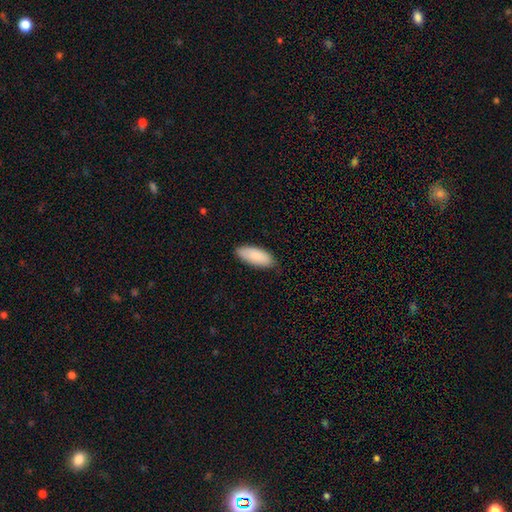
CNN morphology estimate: Smooth or featured? Predicted: smooth (p=0.87). How rounded? Predicted: in between (p=0.84). Merging? Predicted: none (p=0.83).